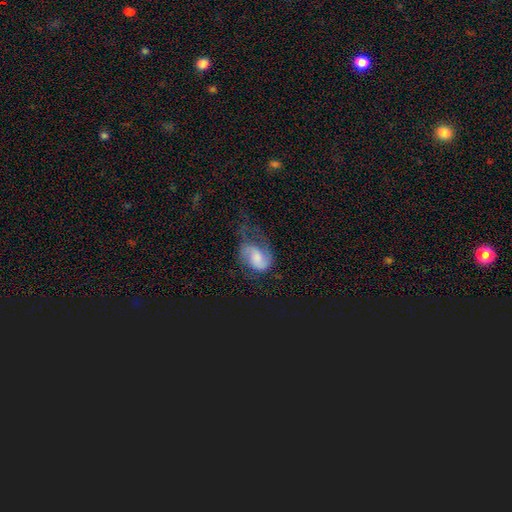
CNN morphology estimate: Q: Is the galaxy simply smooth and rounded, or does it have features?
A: featured or disk — 64%.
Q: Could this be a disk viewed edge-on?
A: no — 97%.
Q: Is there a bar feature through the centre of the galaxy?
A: no — 55%.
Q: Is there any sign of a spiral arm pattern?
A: yes — 90%.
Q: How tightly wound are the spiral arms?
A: medium — 44%.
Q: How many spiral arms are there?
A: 2 — 69%.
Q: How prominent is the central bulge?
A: moderate — 37%.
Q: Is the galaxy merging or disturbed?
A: major disturbance — 37%.